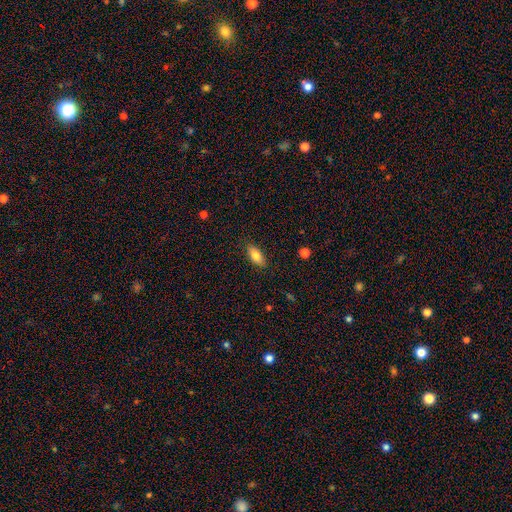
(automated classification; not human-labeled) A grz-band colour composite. It shows a smooth galaxy with no disk features (79%) that is in between round and cigar-shaped (86%). Merging: none (87%).